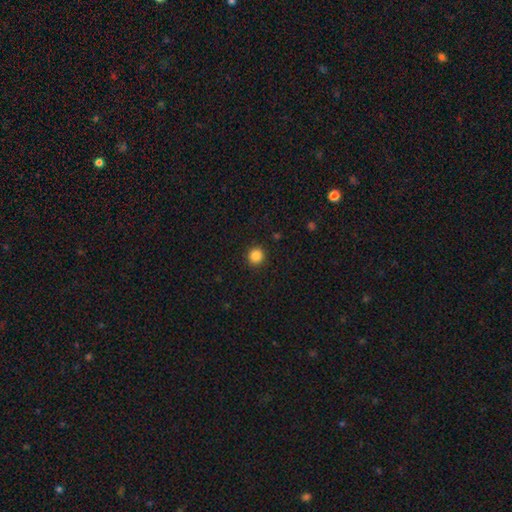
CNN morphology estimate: Smooth or featured? Predicted: smooth (p=0.86). How rounded? Predicted: round (p=0.94). Merging? Predicted: none (p=0.92).